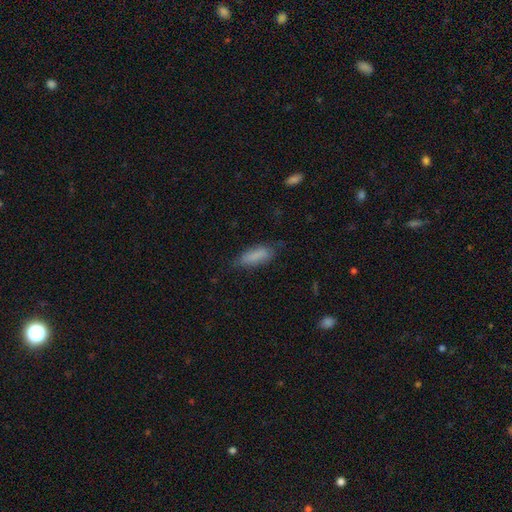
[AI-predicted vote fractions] A smooth galaxy with no disk features (82%) that is in between round and cigar-shaped (66%). Merging: none (65%).